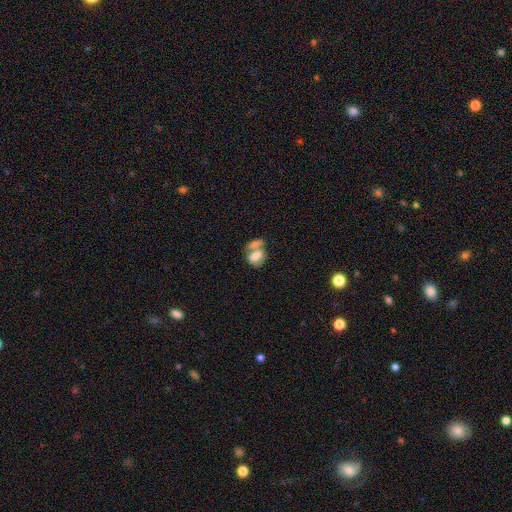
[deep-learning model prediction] smooth_or_featured: smooth (p=0.66) [alt: featured or disk p=0.25]
how_rounded: in between (p=0.76) [alt: round p=0.20]
merging: merger (p=0.62) [alt: none p=0.23]